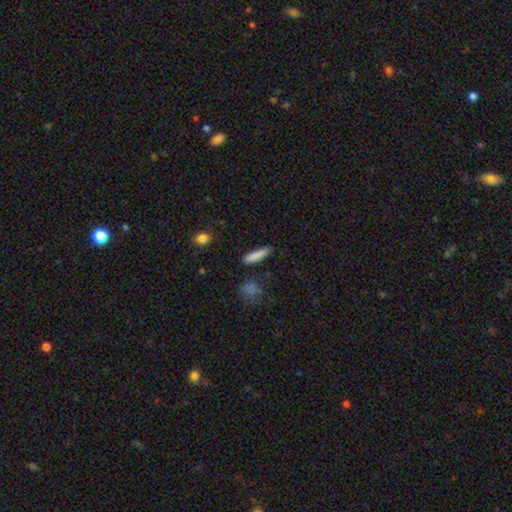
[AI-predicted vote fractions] Morphology: type=smooth (85%); roundness=cigar-shaped (81%); merging=none (85%).